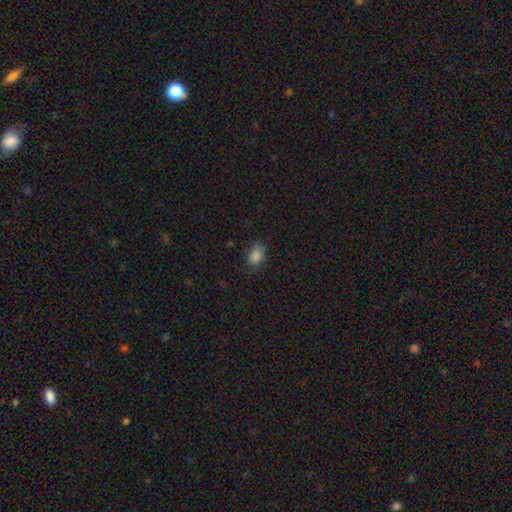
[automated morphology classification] Overall: smooth (83%). How rounded: in between (81%). Merging: none (70%).